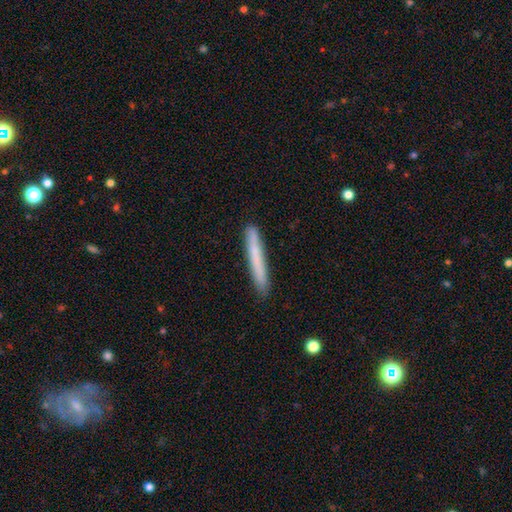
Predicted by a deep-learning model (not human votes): The model was most divided on "smooth or featured": smooth: 70%, featured or disk: 24%, star or artifact: 6%. More confident: how rounded — cigar-shaped (97%); merging — none (89%).